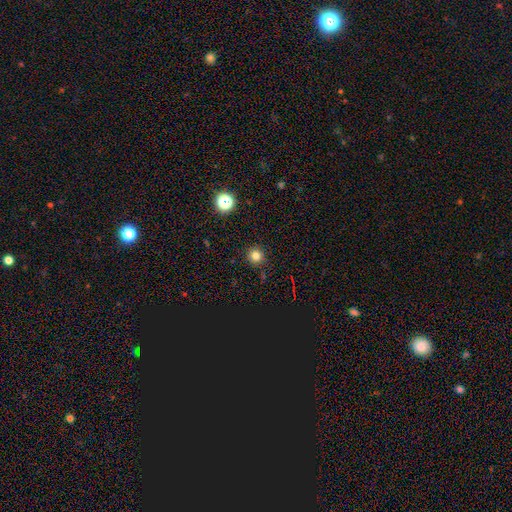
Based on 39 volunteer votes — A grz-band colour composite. It shows a smooth galaxy with no disk features (79%) that is round (100%). Merging: none (94%).